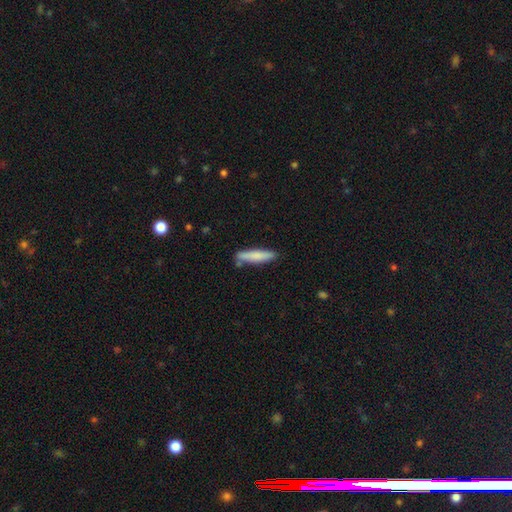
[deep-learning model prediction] Morphology: type=smooth (78%); roundness=cigar-shaped (86%); merging=none (77%).